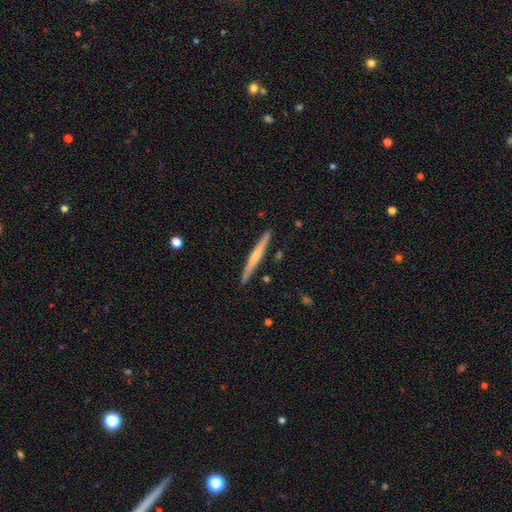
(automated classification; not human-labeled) Overall: featured or disk (50%; smooth 45%). Merging: none (90%).